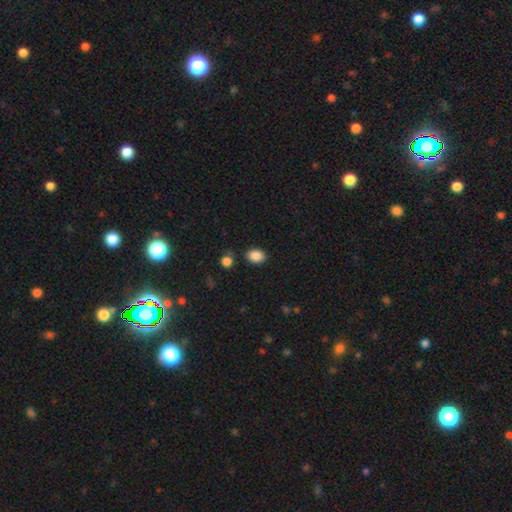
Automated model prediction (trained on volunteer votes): smooth-or-featured: smooth: 88% | star or artifact: 9% | featured or disk: 4%
  how-rounded: in between: 72% | round: 27% | cigar-shaped: 1%
  merging: none: 82% | minor disturbance: 11% | merger: 4% | major disturbance: 3%